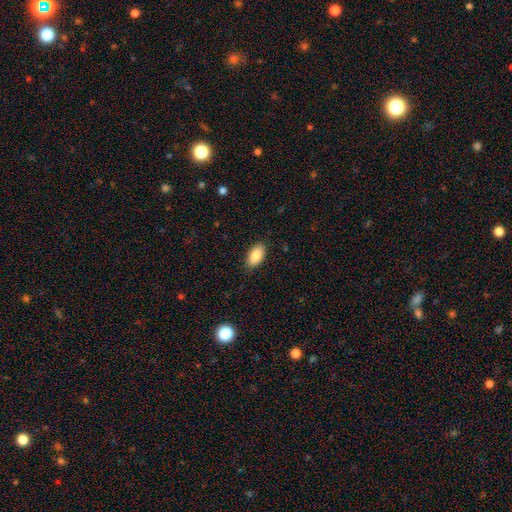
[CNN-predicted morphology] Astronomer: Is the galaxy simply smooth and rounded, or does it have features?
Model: smooth — 88%.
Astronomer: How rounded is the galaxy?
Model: in between — 94%.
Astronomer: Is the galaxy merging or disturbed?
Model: none — 86%.